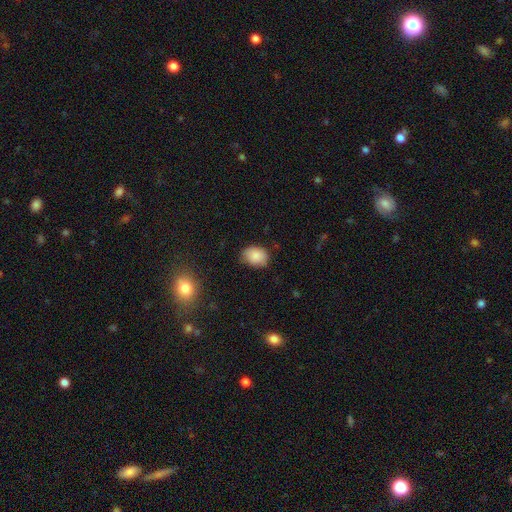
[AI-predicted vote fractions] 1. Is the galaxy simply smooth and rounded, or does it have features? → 87% smooth, 8% star or artifact, 5% featured or disk.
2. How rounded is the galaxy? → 67% in between, 32% round, 1% cigar-shaped.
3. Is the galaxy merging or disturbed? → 72% none, 22% minor disturbance, 4% major disturbance, 1% merger.